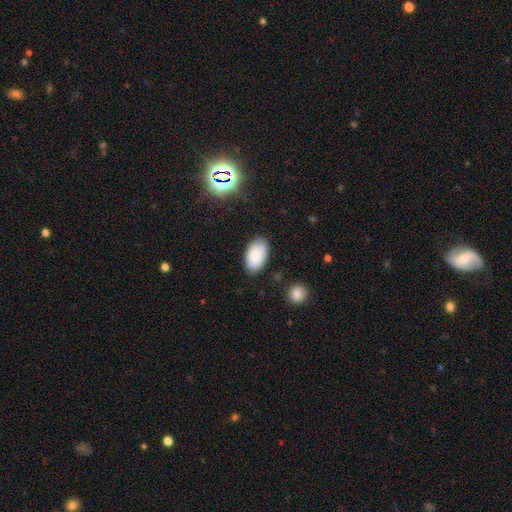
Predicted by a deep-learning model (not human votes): Smooth or featured? smooth (82%)
How rounded? in between (95%)
Merging? none (83%)